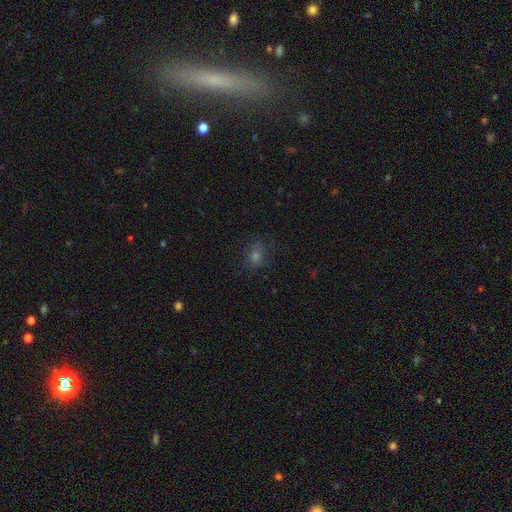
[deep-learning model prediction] smooth_or_featured: smooth (p=0.65) [alt: star or artifact p=0.25]
how_rounded: round (p=0.50) [alt: in between p=0.49]
merging: none (p=0.81) [alt: minor disturbance p=0.13]